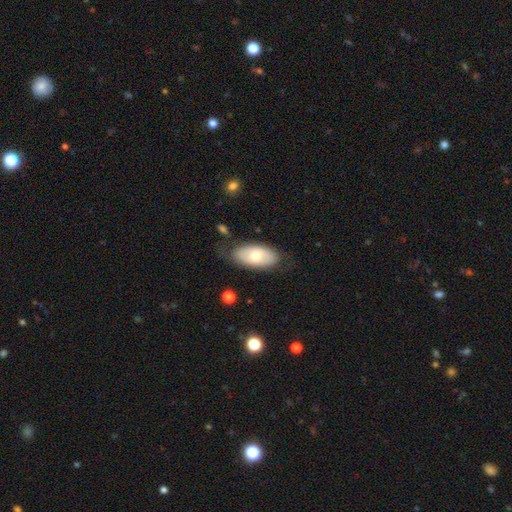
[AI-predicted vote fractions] Smooth or featured? smooth (67%)
How rounded? in between (93%)
Merging? none (72%)